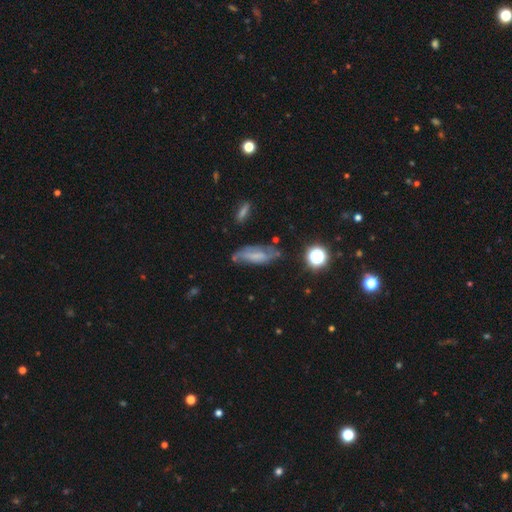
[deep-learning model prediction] This is possibly a featured or disk galaxy (45%). Merging: possibly none (52%).